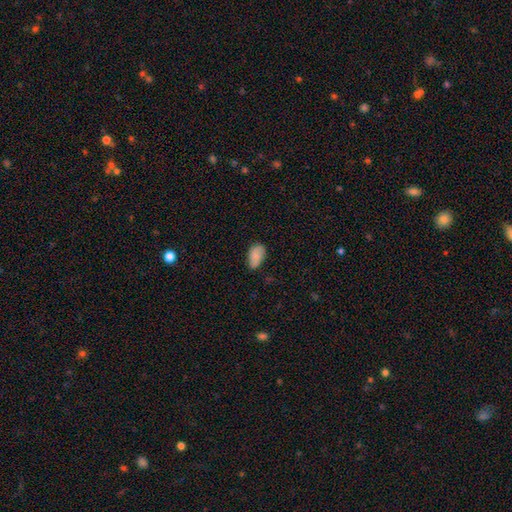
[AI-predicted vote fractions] The model was most divided on "merging": none: 66%, minor disturbance: 27%, major disturbance: 5%, merger: 2%. More confident: how rounded — in between (93%); smooth or featured — smooth (82%).